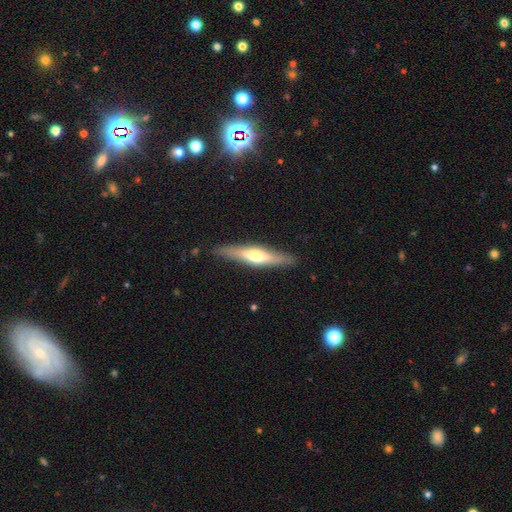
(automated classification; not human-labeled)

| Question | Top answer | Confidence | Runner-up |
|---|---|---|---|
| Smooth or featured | featured or disk | 58% | smooth (37%) |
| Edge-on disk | yes | 93% | no (7%) |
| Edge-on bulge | rounded | 85% | none (8%) |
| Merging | none | 88% | minor disturbance (9%) |